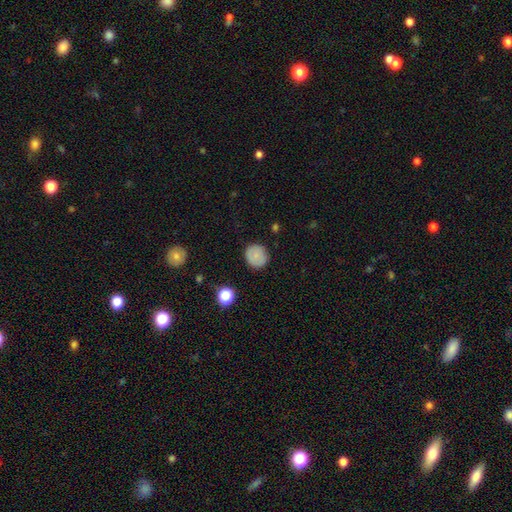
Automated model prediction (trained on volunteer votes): This appears to be a smooth galaxy with no disk features (78%) that is round (88%). Merging: none (86%).